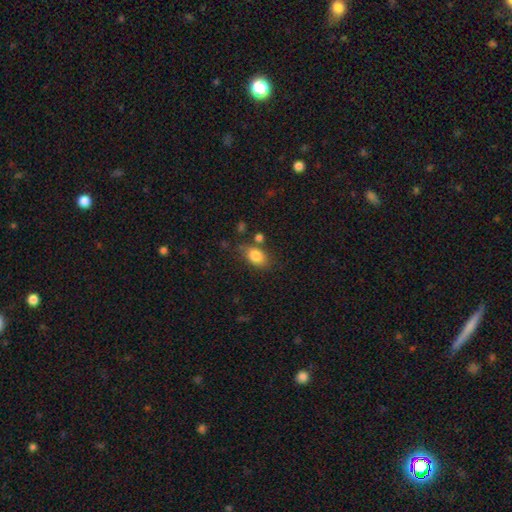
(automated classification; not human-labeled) This is clearly a smooth galaxy (83%). How rounded: clearly in between (81%). Merging: likely none (70%).